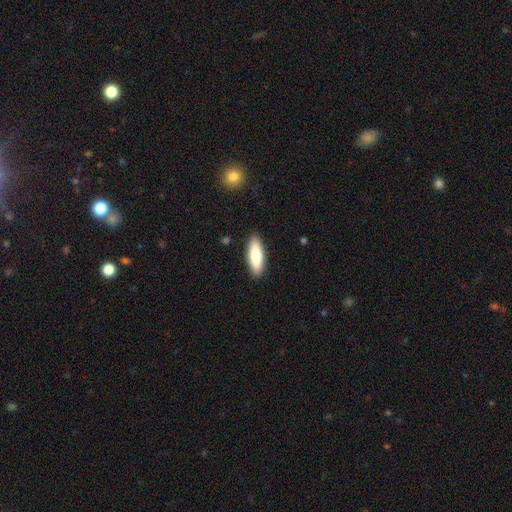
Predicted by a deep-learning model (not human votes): Smooth or featured: smooth — 77% (featured or disk — 18%)
How rounded: in between — 58% (cigar-shaped — 40%)
Merging: none — 89% (minor disturbance — 8%)